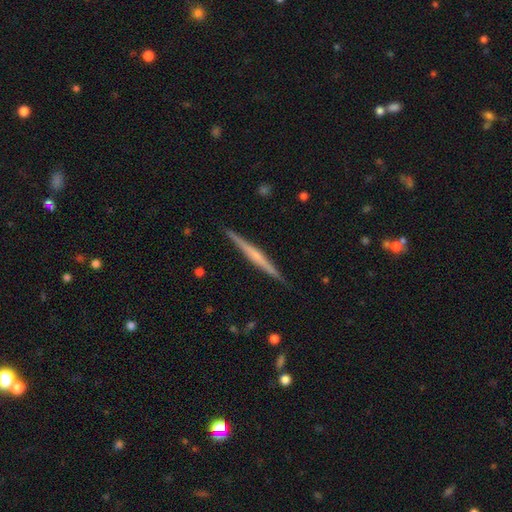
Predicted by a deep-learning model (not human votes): Morphology: type=featured or disk (66%); edge-on=yes (98%); edge-on bulge=none (52%); merging=none (91%).